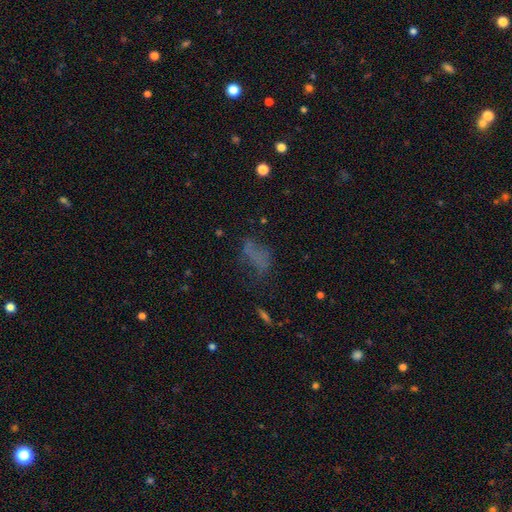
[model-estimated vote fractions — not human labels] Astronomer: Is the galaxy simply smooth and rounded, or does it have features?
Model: smooth — 49% (runner-up: star or artifact, 26%).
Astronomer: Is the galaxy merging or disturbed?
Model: none — 40% (runner-up: major disturbance, 32%).